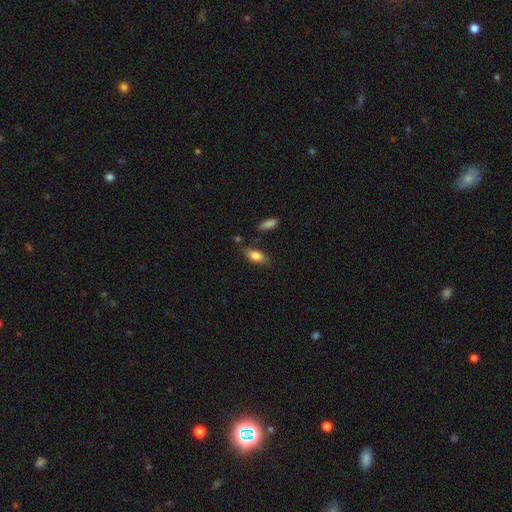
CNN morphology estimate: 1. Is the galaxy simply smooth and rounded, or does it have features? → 77% smooth, 15% featured or disk, 8% star or artifact.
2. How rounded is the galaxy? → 81% in between, 15% cigar-shaped, 4% round.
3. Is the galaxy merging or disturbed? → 71% none, 19% minor disturbance, 5% merger, 5% major disturbance.